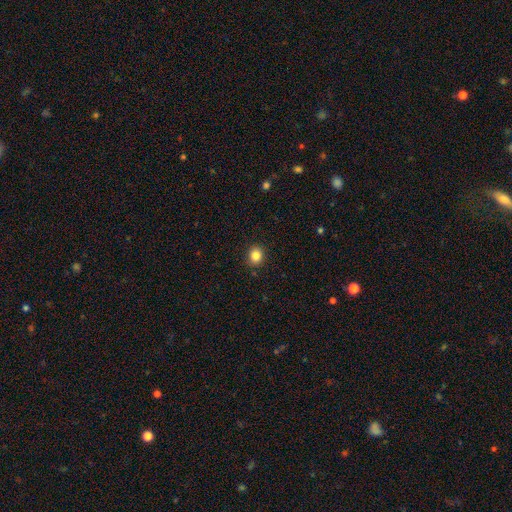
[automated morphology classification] smooth 85%, star or artifact 11%, featured or disk 5%. Down the decision tree: how rounded — round (73%); merging — none (91%).